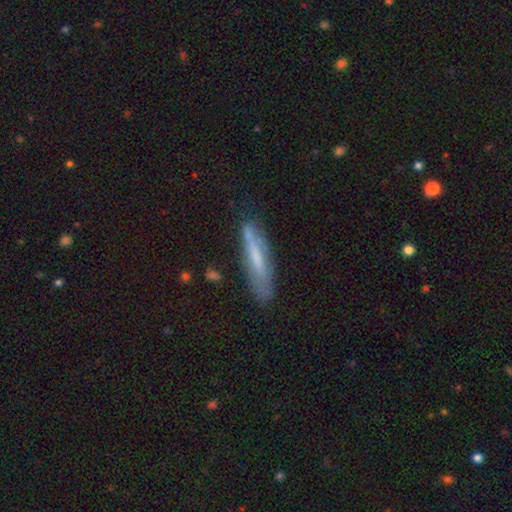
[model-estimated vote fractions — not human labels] The model was most divided on "smooth or featured": smooth: 51%, featured or disk: 42%, star or artifact: 8%. More confident: how rounded — cigar-shaped (84%); merging — none (71%).